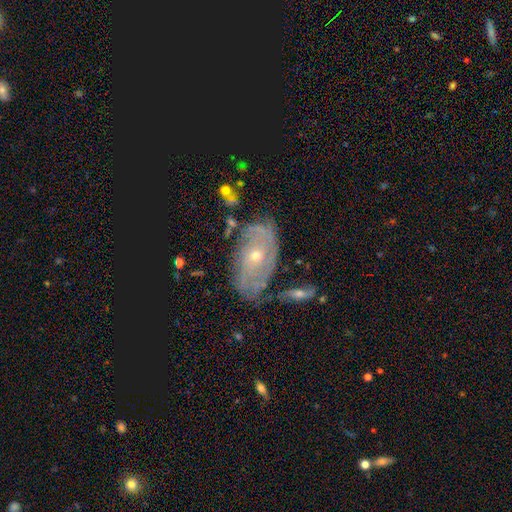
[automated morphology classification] This is likely a featured or disk galaxy (77%). It is clearly not viewed edge-on (93%). Bar: likely no (79%). Spiral arm pattern: clearly yes (86%). Spiral arm count: possibly can't tell (52%). Spiral winding: likely tight (74%). Central bulge: likely small (63%). Merging: likely none (71%).